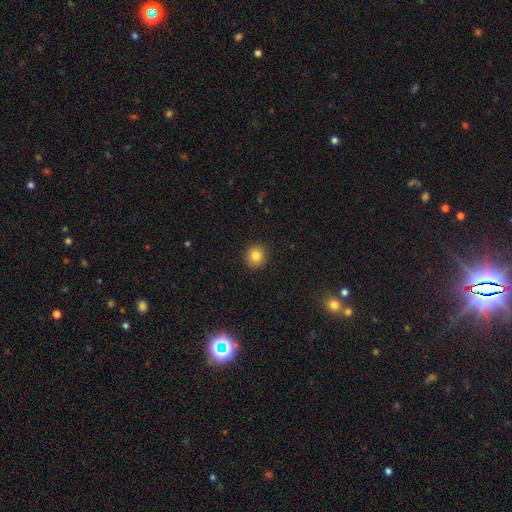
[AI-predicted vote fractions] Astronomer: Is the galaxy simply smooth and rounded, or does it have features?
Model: smooth — 83%.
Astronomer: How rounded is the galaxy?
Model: round — 87%.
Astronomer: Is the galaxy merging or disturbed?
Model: none — 92%.